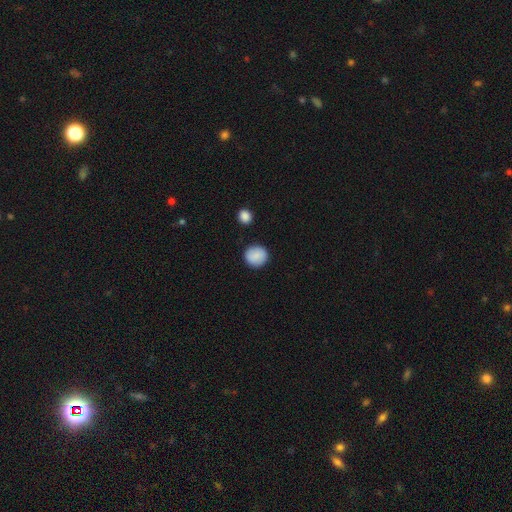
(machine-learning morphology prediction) This is clearly a smooth galaxy (88%). How rounded: clearly round (91%). Merging: clearly none (89%).